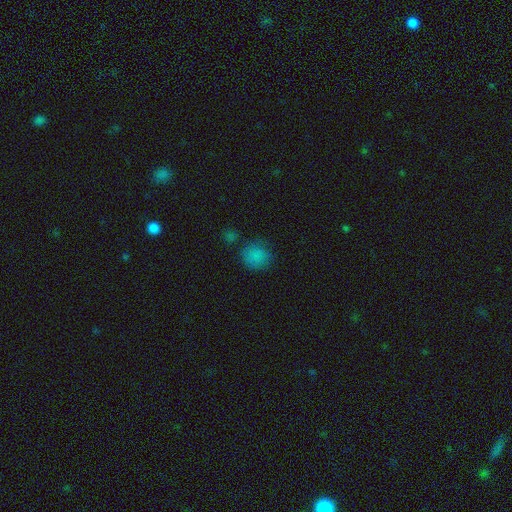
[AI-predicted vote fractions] smooth_or_featured: smooth (p=0.81) [alt: star or artifact p=0.13]
how_rounded: round (p=0.83) [alt: in between p=0.16]
merging: none (p=0.69) [alt: minor disturbance p=0.18]